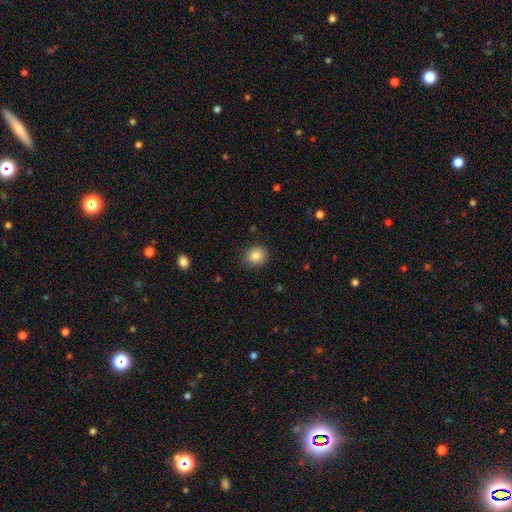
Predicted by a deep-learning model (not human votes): This is clearly a smooth galaxy (85%). How rounded: likely round (73%). Merging: clearly none (86%).